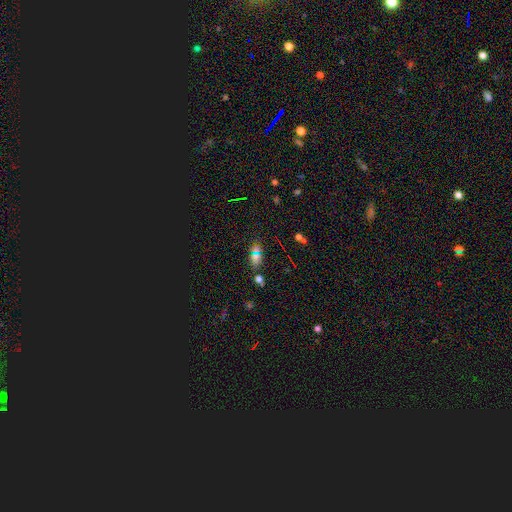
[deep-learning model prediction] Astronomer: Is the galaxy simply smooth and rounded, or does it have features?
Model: smooth — 55% (runner-up: star or artifact, 35%).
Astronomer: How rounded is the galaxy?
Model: in between — 73%.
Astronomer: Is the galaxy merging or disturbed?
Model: none — 70%.